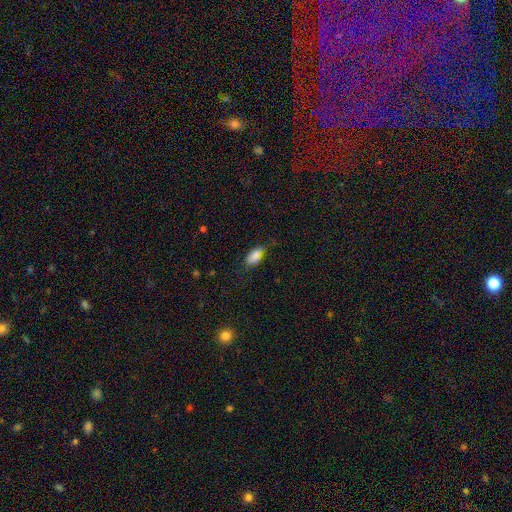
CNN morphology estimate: Q: Smooth or featured?
A: smooth (86%); runner-up: star or artifact (8%)
Q: How rounded?
A: in between (88%); runner-up: cigar-shaped (9%)
Q: Merging?
A: none (67%); runner-up: minor disturbance (25%)